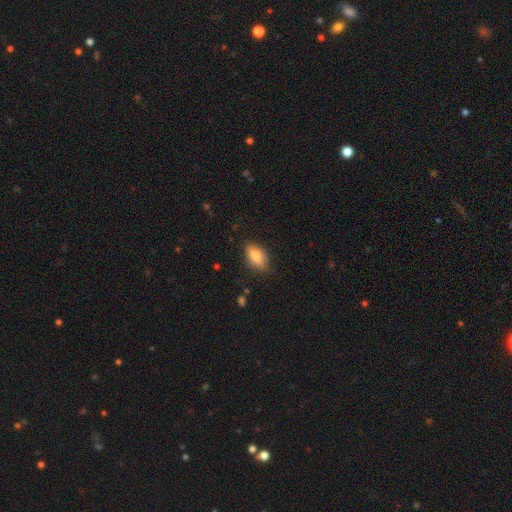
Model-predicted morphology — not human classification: Smooth or featured? smooth (71%)
How rounded? in between (82%)
Merging? none (80%)